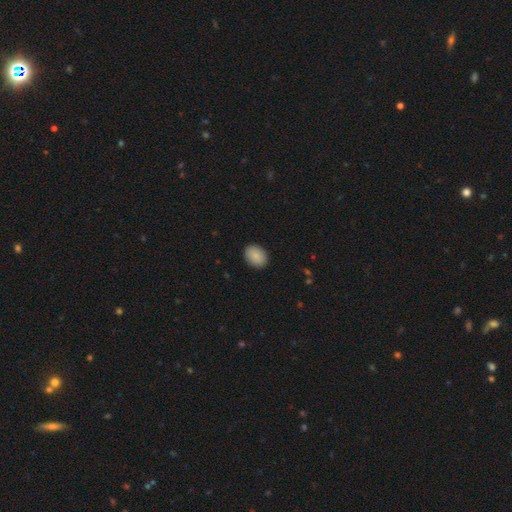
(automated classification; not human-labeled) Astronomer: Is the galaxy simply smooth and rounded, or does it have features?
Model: smooth — 88%.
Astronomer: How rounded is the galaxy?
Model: in between — 72%.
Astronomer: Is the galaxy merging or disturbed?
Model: none — 89%.